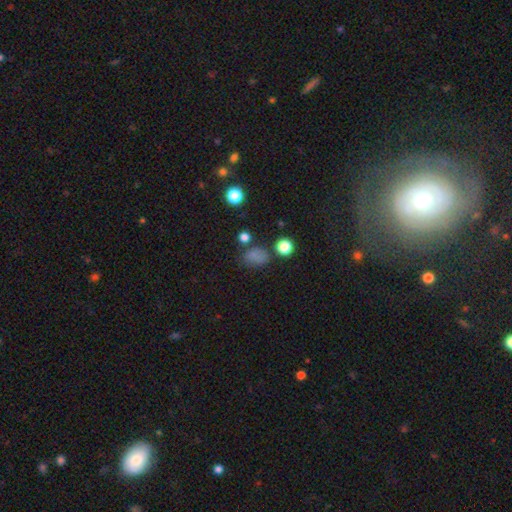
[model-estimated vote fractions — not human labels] Morphology: type=smooth (72%); roundness=in between (60%); merging=none (60%).